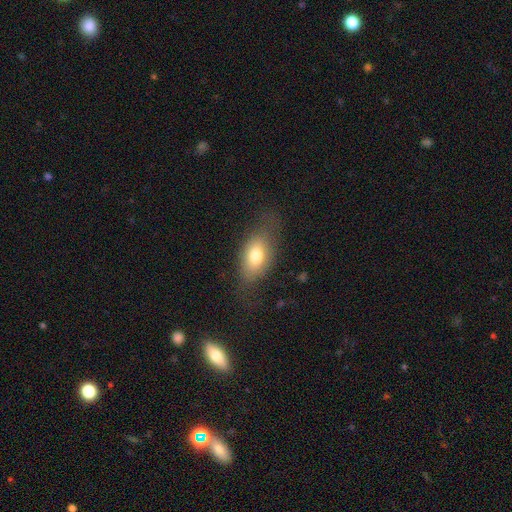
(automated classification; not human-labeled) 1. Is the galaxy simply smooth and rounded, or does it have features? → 73% smooth, 19% featured or disk, 9% star or artifact.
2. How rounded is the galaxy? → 86% in between, 9% round, 4% cigar-shaped.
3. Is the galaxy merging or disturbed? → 64% none, 22% minor disturbance, 13% major disturbance, 1% merger.